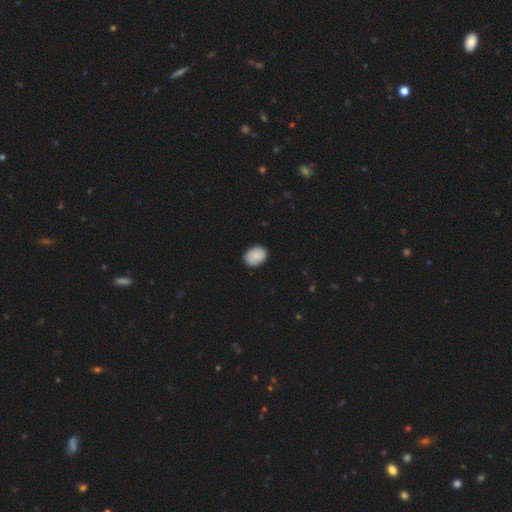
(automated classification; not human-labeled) Morphology: type=smooth (89%); roundness=in between (67%); merging=none (85%).